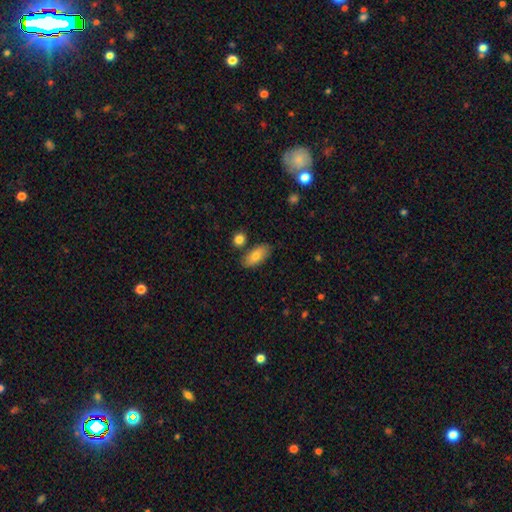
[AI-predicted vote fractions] Morphology: type=smooth (79%); roundness=in between (89%); merging=none (79%).